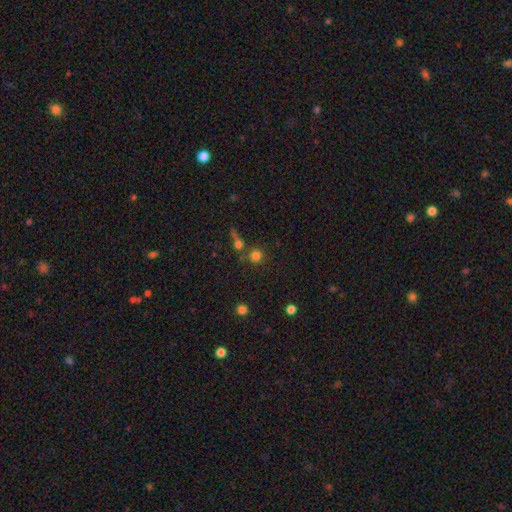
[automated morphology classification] Smooth or featured?
  - smooth: 76% *
  - star or artifact: 16%
  - featured or disk: 8%
How rounded?
  - round: 92% *
  - in between: 7%
  - cigar-shaped: 1%
Merging?
  - none: 67% *
  - merger: 20%
  - minor disturbance: 8%
  - major disturbance: 4%